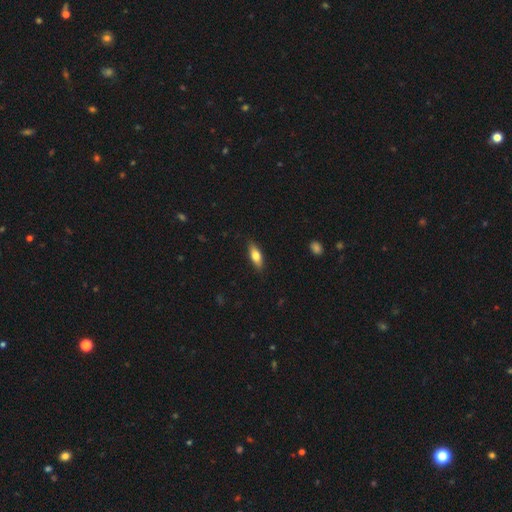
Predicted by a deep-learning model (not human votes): Morphology: type=smooth (72%); roundness=in between (66%); merging=none (87%).